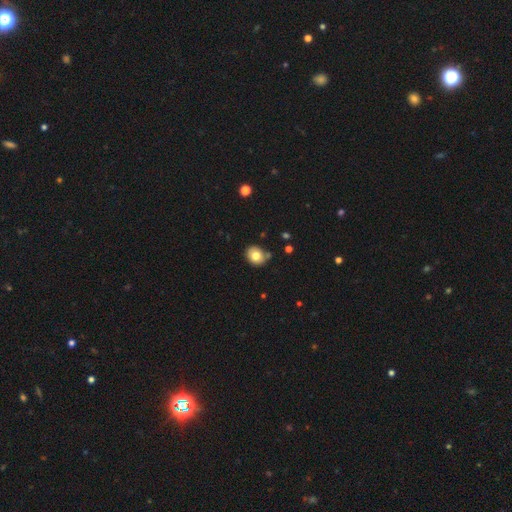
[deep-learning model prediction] Q: Smooth or featured?
A: smooth (78%); runner-up: featured or disk (12%)
Q: How rounded?
A: round (67%); runner-up: in between (32%)
Q: Merging?
A: none (68%); runner-up: minor disturbance (21%)